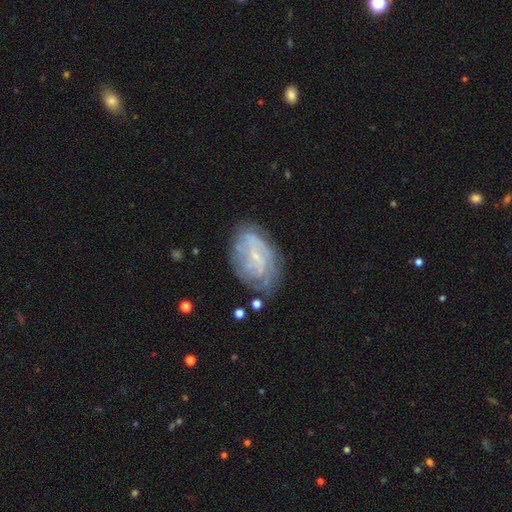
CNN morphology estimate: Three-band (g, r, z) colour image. It shows a featured or disk galaxy (76%) with no bar (47%), tight (57%) spiral arms (85%) and a small central bulge (76%). Merging: none (67%).